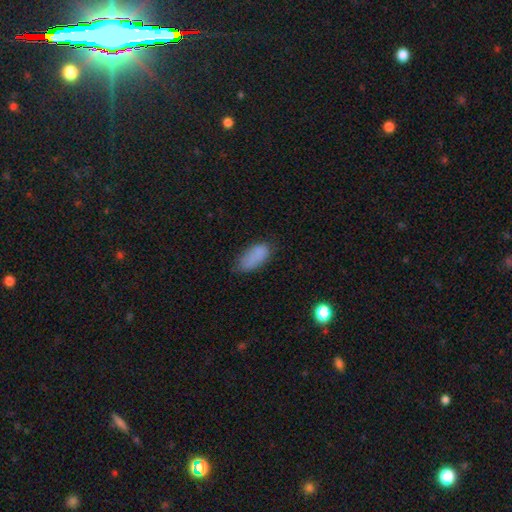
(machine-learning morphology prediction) The model was most divided on "merging": none: 63%, minor disturbance: 27%, major disturbance: 8%, merger: 2%. More confident: how rounded — in between (89%); smooth or featured — smooth (84%).